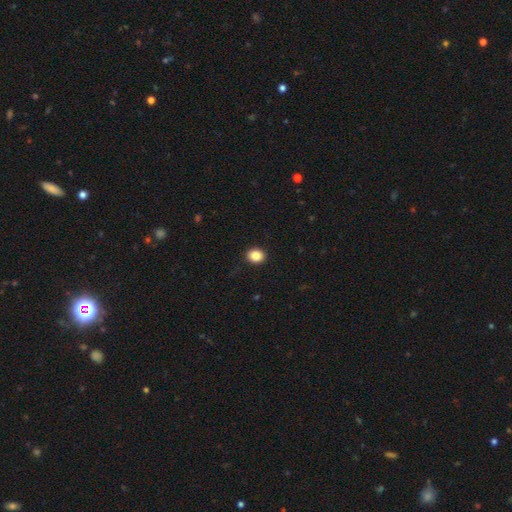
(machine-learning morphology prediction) This is clearly a smooth galaxy (85%). How rounded: likely round (65%). Merging: clearly none (91%).